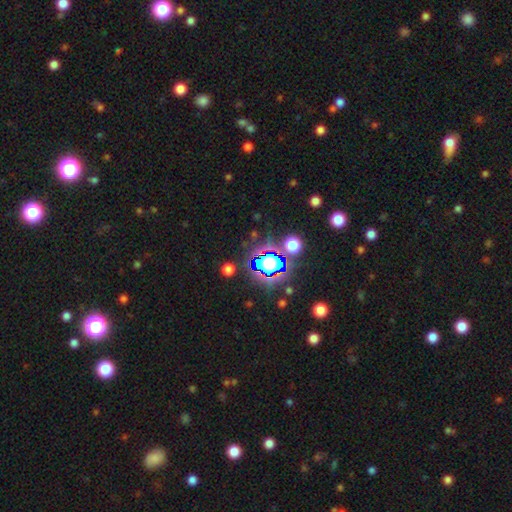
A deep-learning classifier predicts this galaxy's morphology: A star or artifact, not a galaxy (81%).